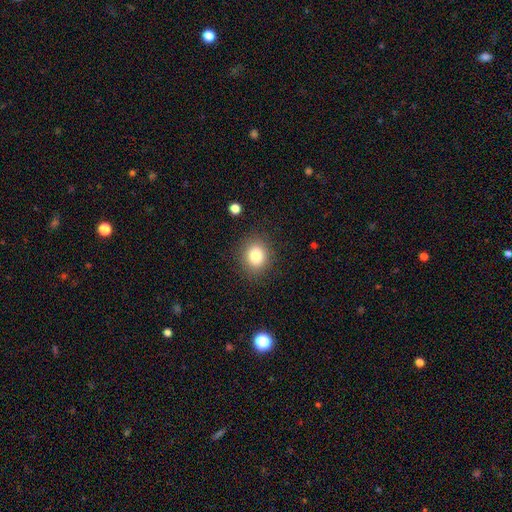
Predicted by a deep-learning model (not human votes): smooth 82%, star or artifact 11%, featured or disk 7%. Down the decision tree: how rounded — round (70%); merging — none (87%).